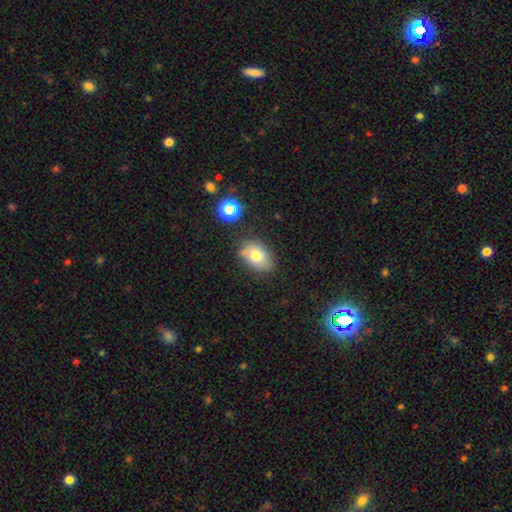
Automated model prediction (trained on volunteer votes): This is likely a smooth galaxy (75%). How rounded: clearly in between (81%). Merging: likely none (75%).